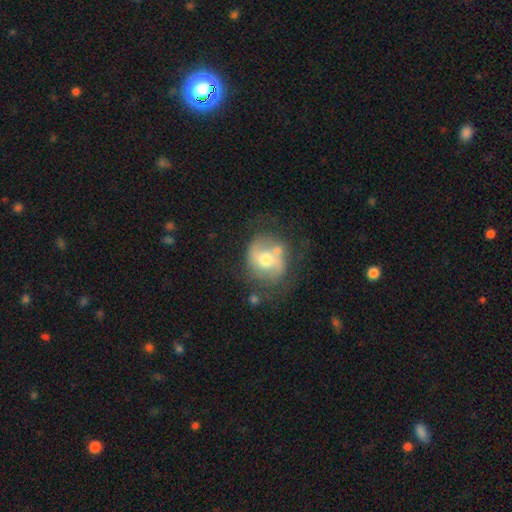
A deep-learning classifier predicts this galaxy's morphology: Smooth or featured: featured or disk — 61% (smooth — 26%)
Edge-on disk: no — 97% (yes — 3%)
Bar: no — 58% (weak — 32%)
Spiral arms: yes — 66% (no — 34%)
Bulge size: moderate — 67% (small — 23%)
Merging: none — 60% (minor disturbance — 20%)